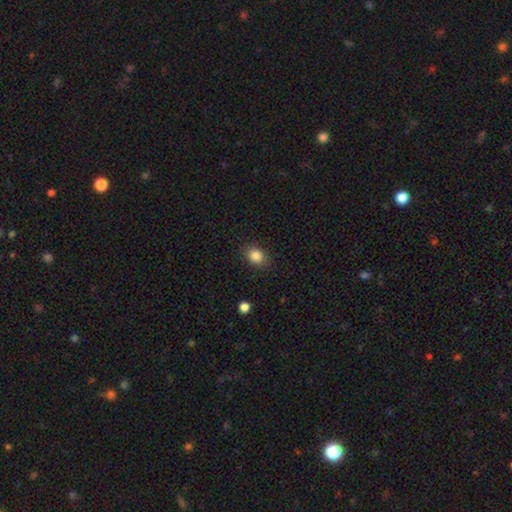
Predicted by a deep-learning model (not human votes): Q: Smooth or featured?
A: smooth (85%); runner-up: star or artifact (10%)
Q: How rounded?
A: in between (61%); runner-up: round (38%)
Q: Merging?
A: none (85%); runner-up: minor disturbance (11%)